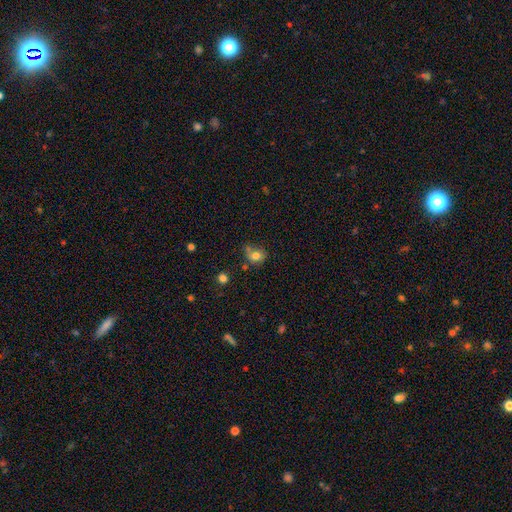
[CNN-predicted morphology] Smooth or featured?
  - smooth: 78% *
  - star or artifact: 12%
  - featured or disk: 10%
How rounded?
  - round: 69% *
  - in between: 30%
  - cigar-shaped: 1%
Merging?
  - none: 53% *
  - minor disturbance: 23%
  - merger: 17%
  - major disturbance: 7%